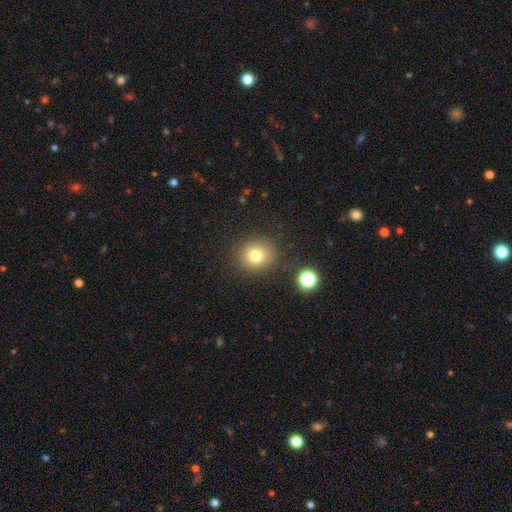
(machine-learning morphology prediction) type=smooth (77%); roundness=round (85%); merging=none (85%).